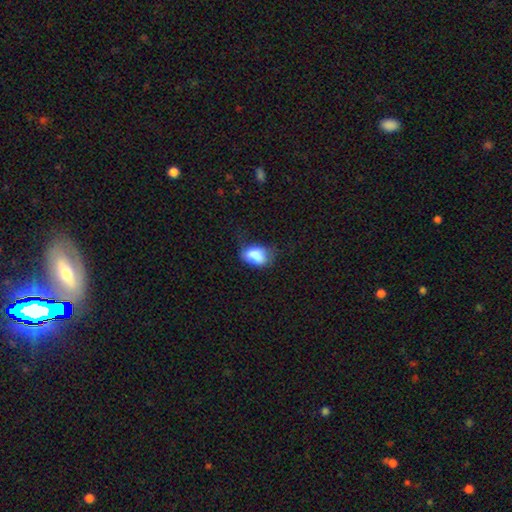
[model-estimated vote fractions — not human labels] The model was most divided on "merging": none: 40%, minor disturbance: 38%, major disturbance: 18%, merger: 3%. More confident: how rounded — in between (84%); smooth or featured — smooth (83%).